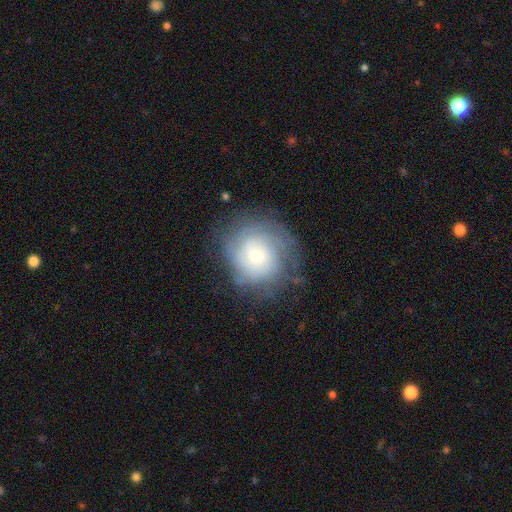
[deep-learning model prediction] featured or disk 58%, smooth 33%, star or artifact 9%. Down the decision tree: edge-on disk — no (97%); bar — no (77%); spiral arms — yes (87%); bulge size — small (49%); merging — none (72%).